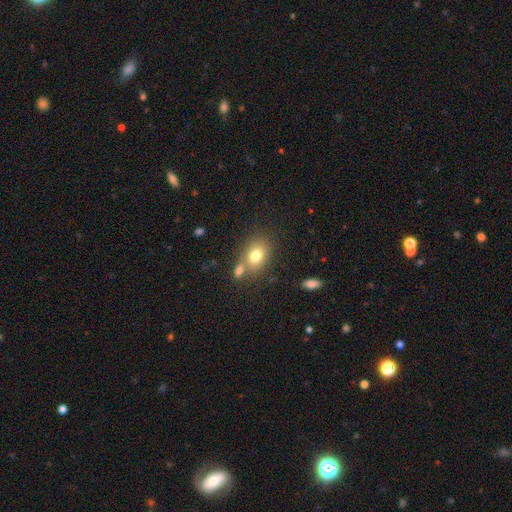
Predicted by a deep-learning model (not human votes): Morphology: type=smooth (77%); roundness=in between (70%); merging=none (56%).